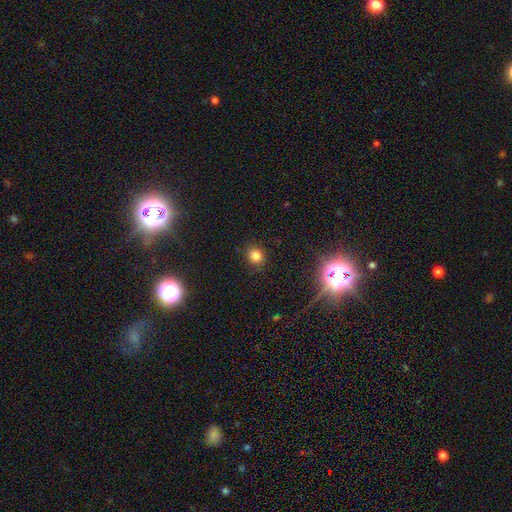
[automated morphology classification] type=smooth (79%); roundness=round (73%); merging=none (87%).